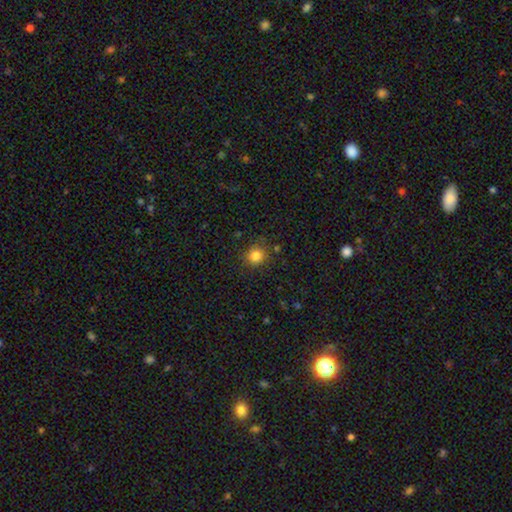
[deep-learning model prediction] This appears to be a smooth galaxy with no disk features (83%) that is round (87%). Merging: none (84%).